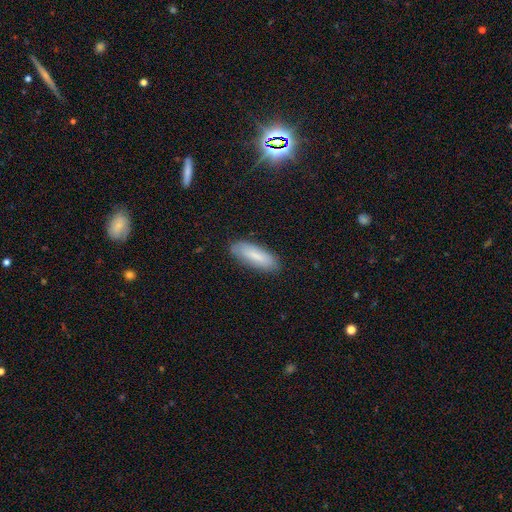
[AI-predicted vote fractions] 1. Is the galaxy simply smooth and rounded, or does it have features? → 78% smooth, 16% featured or disk, 6% star or artifact.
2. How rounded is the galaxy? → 59% in between, 40% cigar-shaped, 2% round.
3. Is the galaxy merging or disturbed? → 84% none, 12% minor disturbance, 3% major disturbance, 1% merger.